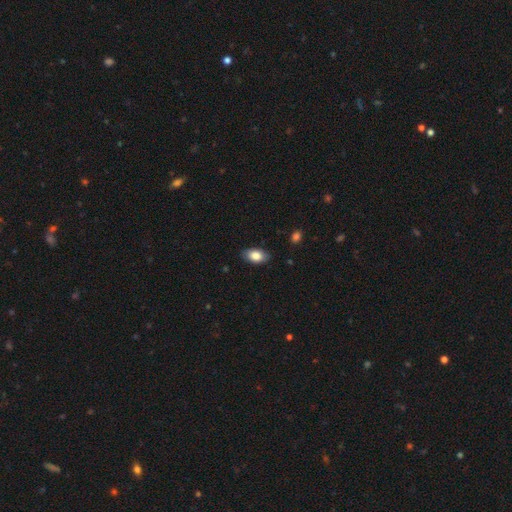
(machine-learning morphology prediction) This appears to be a smooth galaxy with no disk features (85%) that is in between round and cigar-shaped (93%). Merging: none (85%).